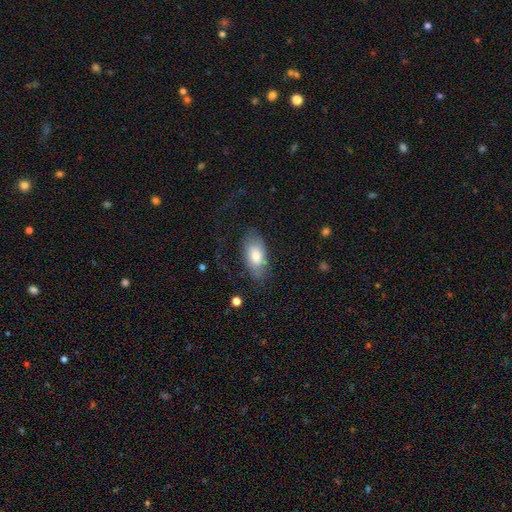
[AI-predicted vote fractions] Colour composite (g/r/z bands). It shows a smooth galaxy with no disk features (76%) that is in between round and cigar-shaped (91%). Merging: none (66%).